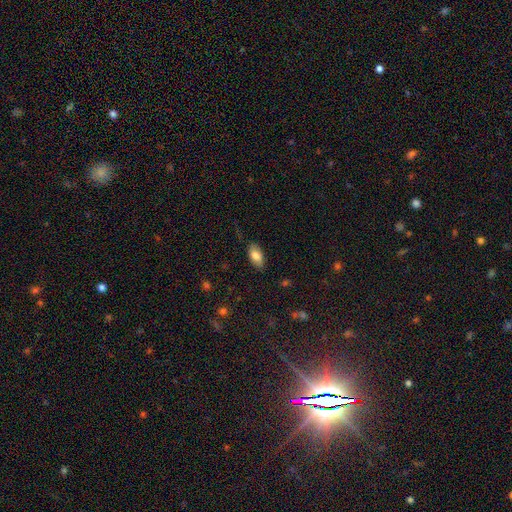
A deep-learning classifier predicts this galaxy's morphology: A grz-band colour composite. It shows a smooth galaxy with no disk features (78%) that is in between round and cigar-shaped (92%). Merging: none (83%).